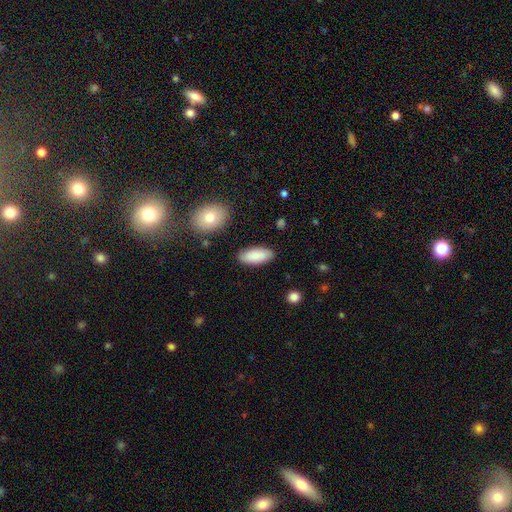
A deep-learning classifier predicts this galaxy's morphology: type=smooth (83%); roundness=in between (88%); merging=none (86%).